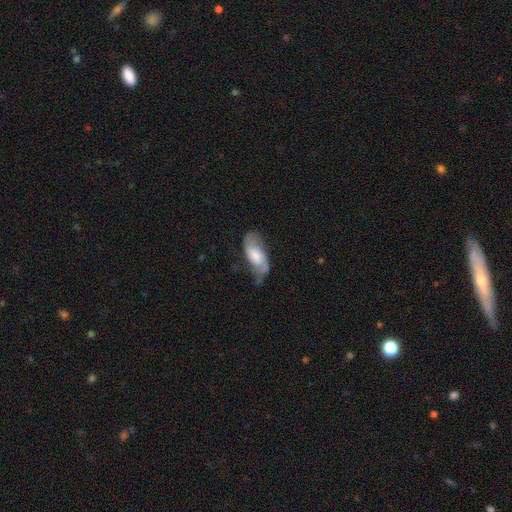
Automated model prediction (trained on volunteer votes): This is possibly a featured or disk galaxy (55%). It is clearly not viewed edge-on (90%). Merging: possibly none (53%).